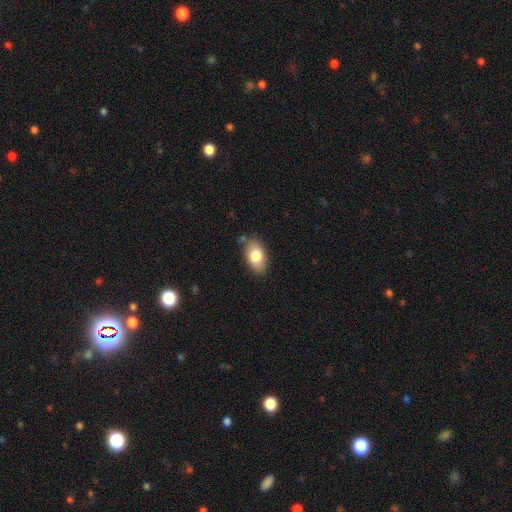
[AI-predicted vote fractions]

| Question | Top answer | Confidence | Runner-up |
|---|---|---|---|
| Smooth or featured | smooth | 81% | featured or disk (12%) |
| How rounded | in between | 92% | round (6%) |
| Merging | none | 79% | minor disturbance (15%) |